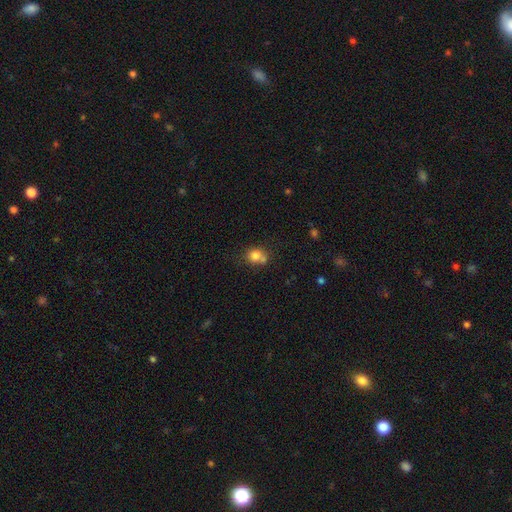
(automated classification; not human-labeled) A smooth galaxy with no disk features (79%) that is round (75%). Merging: none (50%).